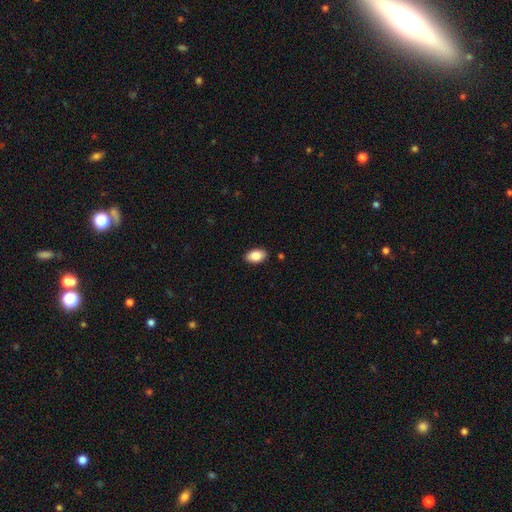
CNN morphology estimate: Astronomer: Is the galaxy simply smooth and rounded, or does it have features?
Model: smooth — 85%.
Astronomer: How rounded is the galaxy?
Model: in between — 92%.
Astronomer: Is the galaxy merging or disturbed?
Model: none — 89%.